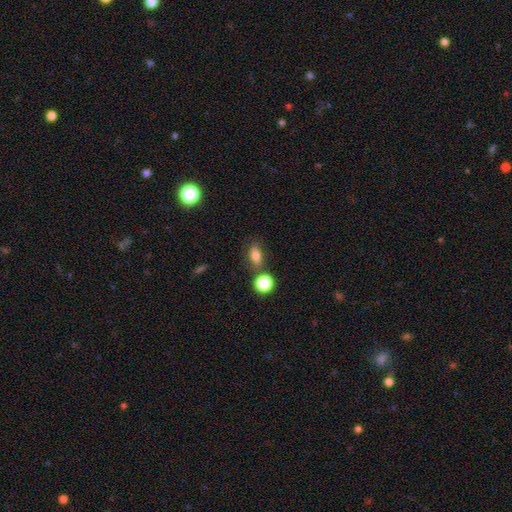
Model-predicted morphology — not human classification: type=smooth (77%); roundness=in between (72%); merging=none (71%).